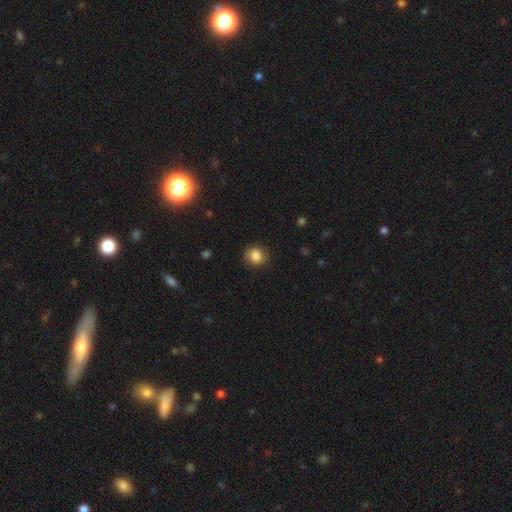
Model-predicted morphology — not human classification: Q: Smooth or featured?
A: smooth (85%); runner-up: star or artifact (10%)
Q: How rounded?
A: round (78%); runner-up: in between (21%)
Q: Merging?
A: none (85%); runner-up: minor disturbance (11%)